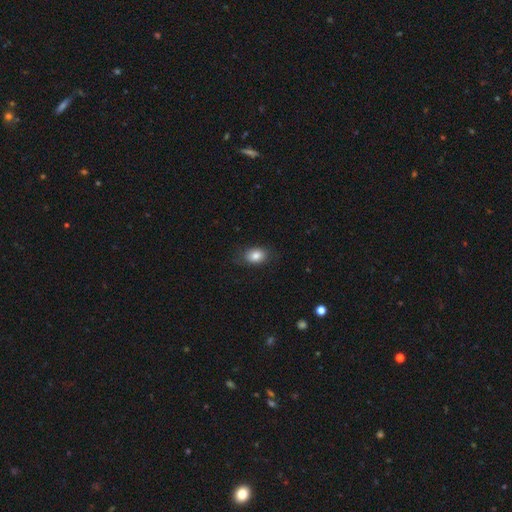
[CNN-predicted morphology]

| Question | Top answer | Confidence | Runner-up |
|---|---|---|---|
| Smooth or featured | smooth | 83% | star or artifact (9%) |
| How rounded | in between | 71% | round (28%) |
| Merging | none | 81% | minor disturbance (15%) |